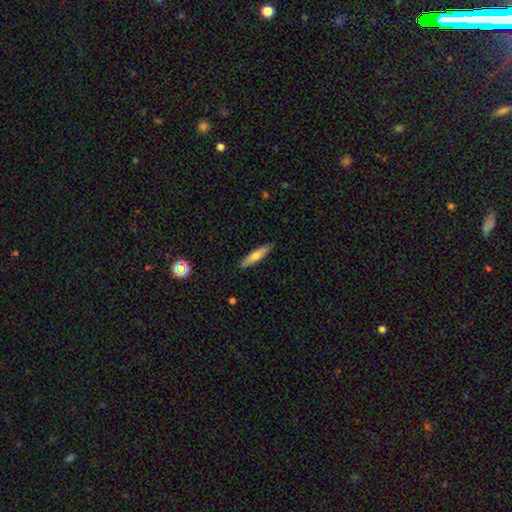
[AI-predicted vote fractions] Smooth or featured?
  - smooth: 66% *
  - featured or disk: 27%
  - star or artifact: 6%
How rounded?
  - cigar-shaped: 78% *
  - in between: 20%
  - round: 2%
Merging?
  - none: 88% *
  - minor disturbance: 9%
  - major disturbance: 2%
  - merger: 1%